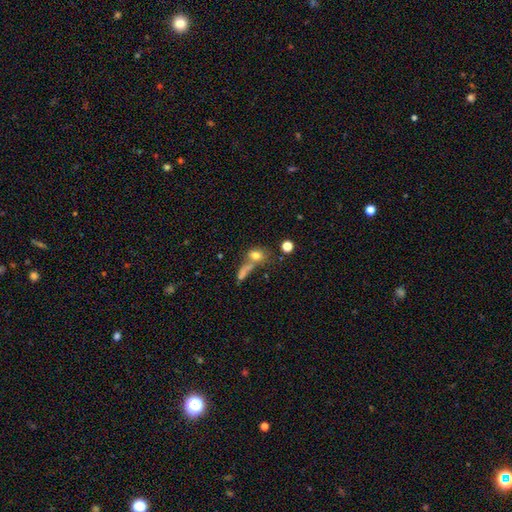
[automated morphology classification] smooth 73%, featured or disk 14%, star or artifact 13%. Down the decision tree: how rounded — round (51%); merging — none (42%).